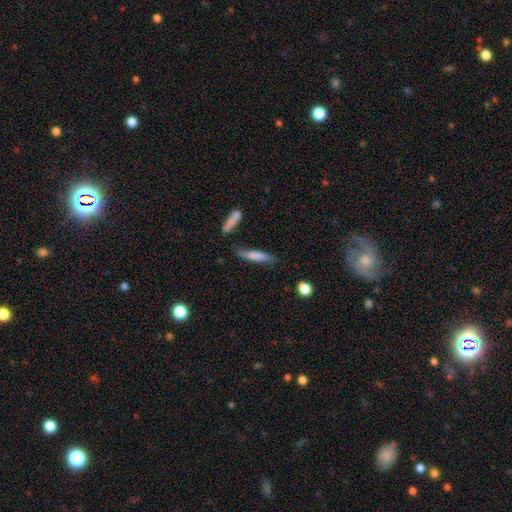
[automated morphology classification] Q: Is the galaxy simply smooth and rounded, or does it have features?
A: smooth — 70%.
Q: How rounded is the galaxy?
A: cigar-shaped — 81%.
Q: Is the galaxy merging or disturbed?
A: none — 60%.